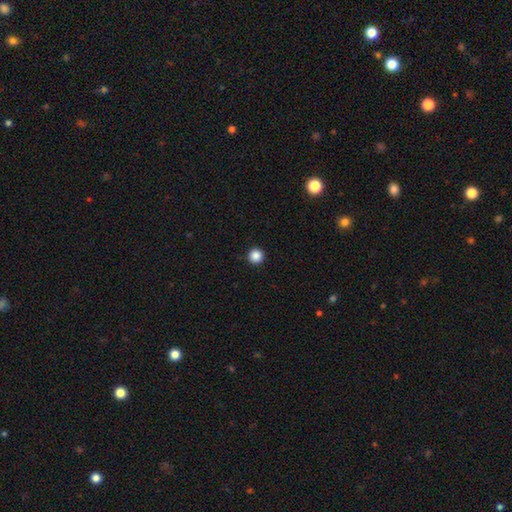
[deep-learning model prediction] smooth 87%, star or artifact 11%, featured or disk 3%. Down the decision tree: how rounded — round (97%); merging — none (94%).